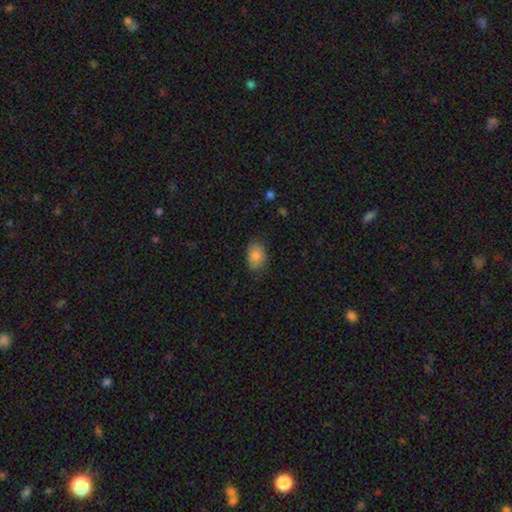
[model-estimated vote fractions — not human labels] Smooth or featured? smooth (85%)
How rounded? in between (84%)
Merging? none (81%)